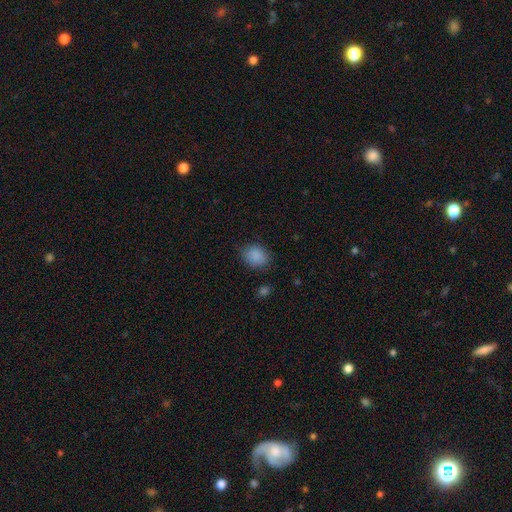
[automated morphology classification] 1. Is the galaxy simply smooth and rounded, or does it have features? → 87% smooth, 9% star or artifact, 4% featured or disk.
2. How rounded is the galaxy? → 50% in between, 49% round, 1% cigar-shaped.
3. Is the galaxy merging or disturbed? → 79% none, 15% minor disturbance, 4% major disturbance, 1% merger.